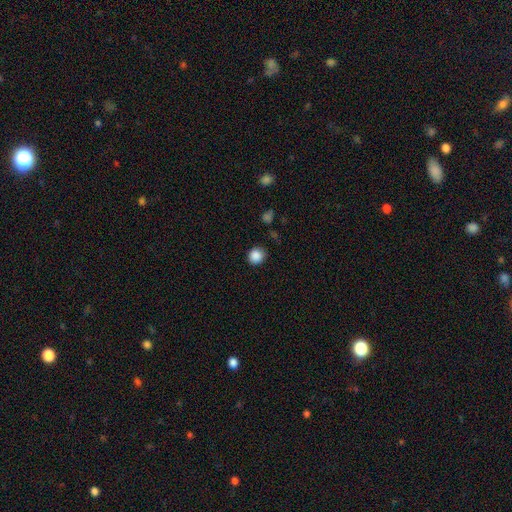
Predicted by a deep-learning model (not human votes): Overall: smooth (87%). How rounded: round (86%). Merging: none (87%).